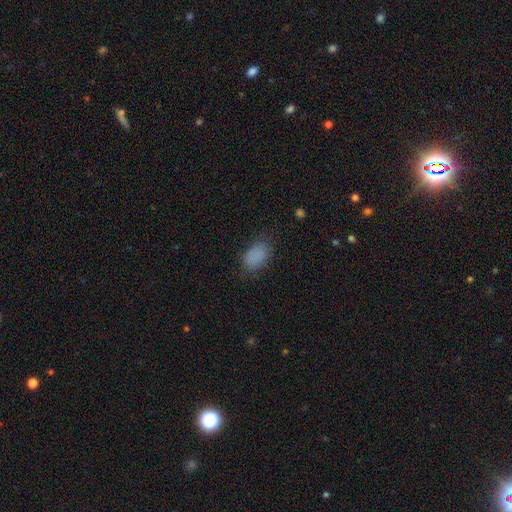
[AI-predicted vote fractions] Overall: smooth (85%). How rounded: in between (90%). Merging: none (78%).